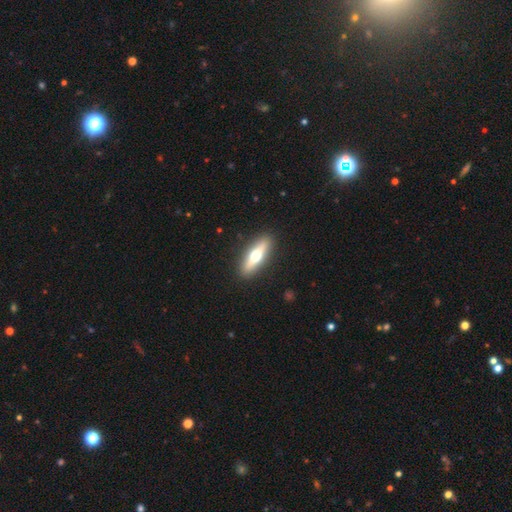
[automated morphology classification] Smooth or featured?
  - featured or disk: 48% *
  - smooth: 46%
  - star or artifact: 6%
Merging?
  - none: 91% *
  - minor disturbance: 7%
  - major disturbance: 2%
  - merger: 1%